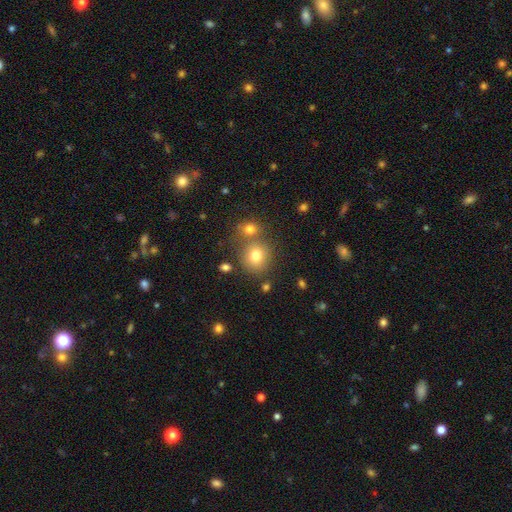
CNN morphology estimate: Overall: smooth (76%). How rounded: round (84%). Merging: none (66%).